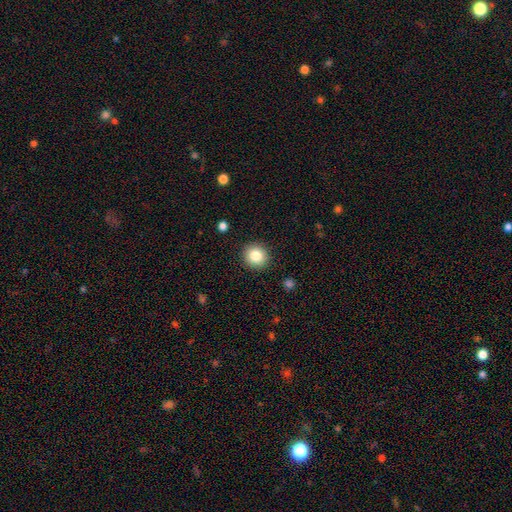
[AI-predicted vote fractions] This is clearly a smooth galaxy (84%). How rounded: clearly round (91%). Merging: clearly none (91%).